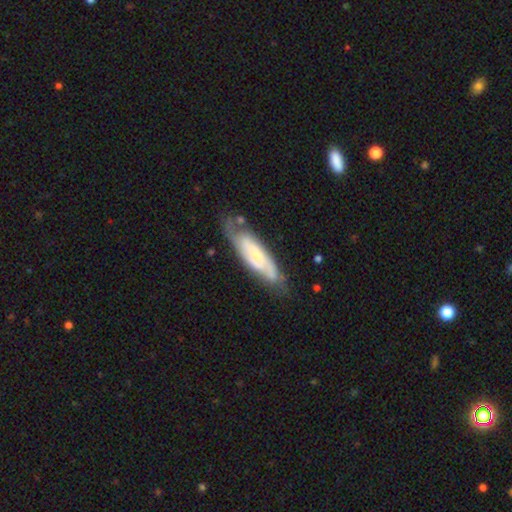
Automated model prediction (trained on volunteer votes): smooth-or-featured: featured or disk: 64% | smooth: 31% | star or artifact: 6%
  disk-edge-on: no: 77% | yes: 23%
  merging: none: 63% | minor disturbance: 25% | major disturbance: 9% | merger: 4%